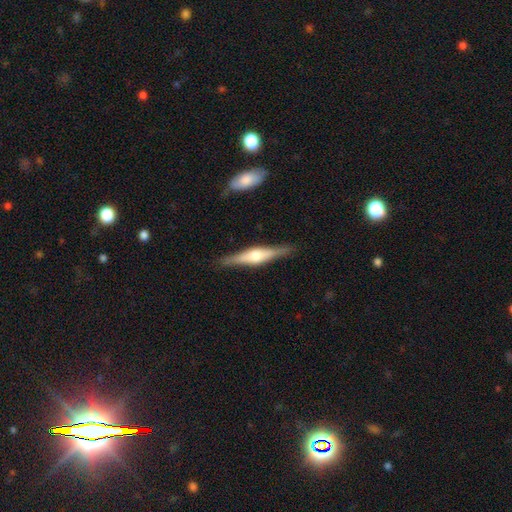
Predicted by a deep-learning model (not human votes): Smooth or featured? Predicted: featured or disk (p=0.70). Edge-on disk? Predicted: yes (p=0.97). Edge-on bulge? Predicted: rounded (p=0.85). Merging? Predicted: none (p=0.88).